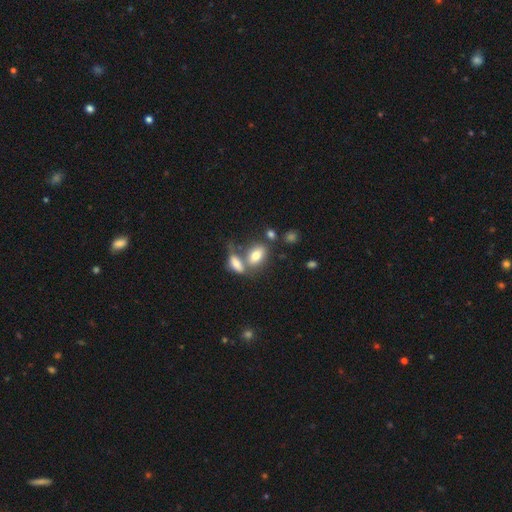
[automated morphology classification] smooth-or-featured: smooth: 76% | featured or disk: 16% | star or artifact: 8%
  how-rounded: in between: 87% | round: 7% | cigar-shaped: 6%
  merging: none: 42% (tied) | merger: 42% (tied) | minor disturbance: 11% | major disturbance: 5%